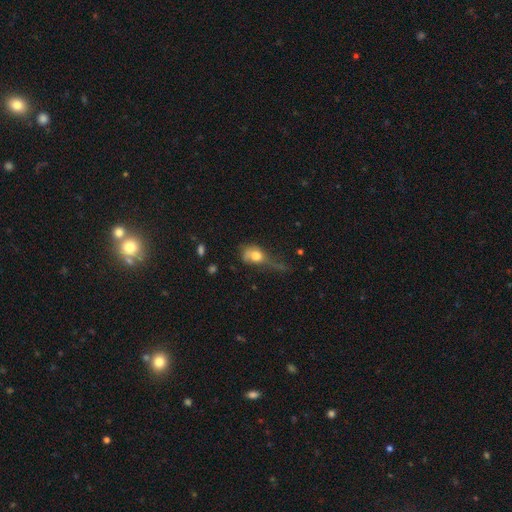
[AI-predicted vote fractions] Smooth or featured? Predicted: smooth (p=0.65). How rounded? Predicted: in between (p=0.58). Merging? Predicted: major disturbance (p=0.48).